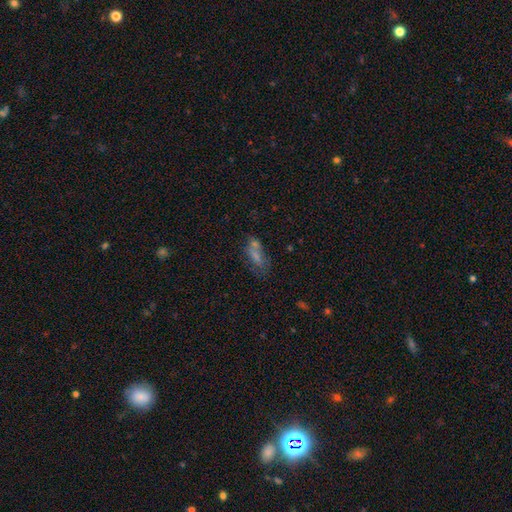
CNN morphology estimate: smooth_or_featured: smooth (p=0.48) [alt: featured or disk p=0.27]
merging: none (p=0.50) [alt: merger p=0.21]